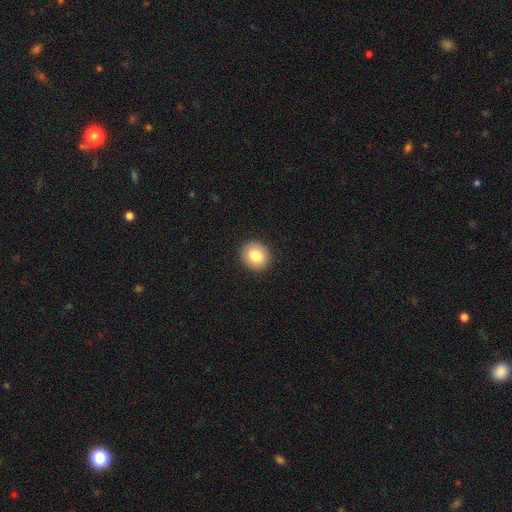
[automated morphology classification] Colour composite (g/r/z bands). It shows a smooth galaxy with no disk features (82%) that is round (76%). Merging: none (91%).